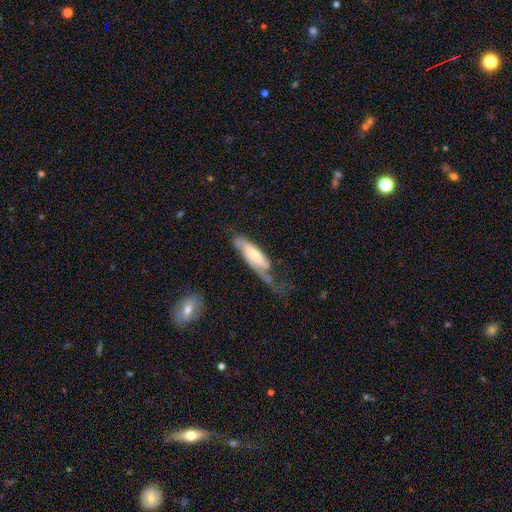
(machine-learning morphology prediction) featured or disk 56%, smooth 39%, star or artifact 5%. Down the decision tree: edge-on disk — no (73%); merging — major disturbance (45%).